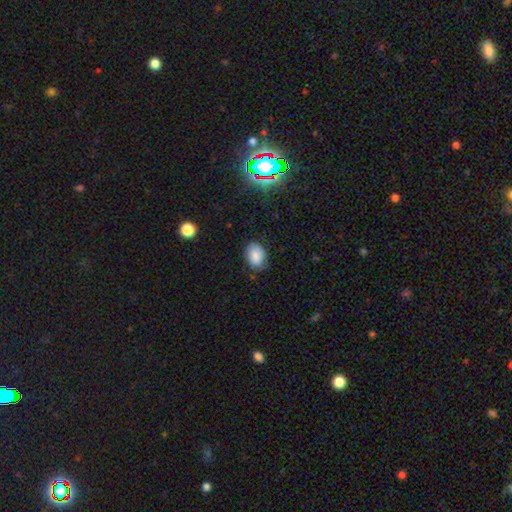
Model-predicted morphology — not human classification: This is clearly a smooth galaxy (84%). How rounded: likely in between (73%). Merging: likely none (73%).